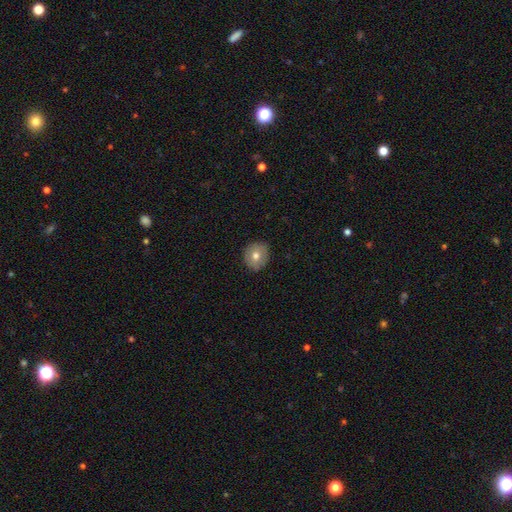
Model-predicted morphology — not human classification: smooth-or-featured: smooth: 71% | featured or disk: 21% | star or artifact: 9%
  how-rounded: round: 83% | in between: 16% | cigar-shaped: 1%
  merging: none: 87% | minor disturbance: 10% | major disturbance: 2% | merger: 1%